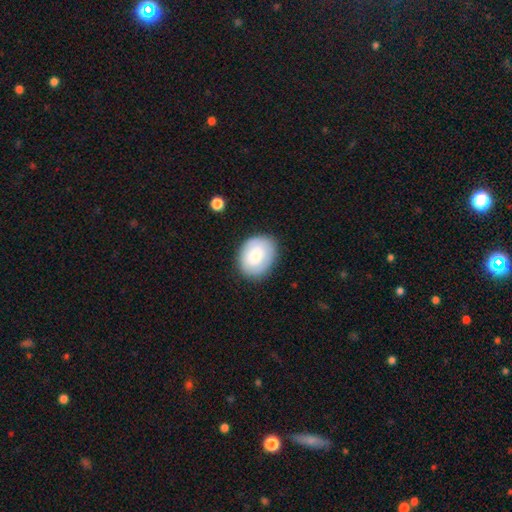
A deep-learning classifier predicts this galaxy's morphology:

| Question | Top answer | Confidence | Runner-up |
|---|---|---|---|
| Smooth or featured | smooth | 72% | featured or disk (22%) |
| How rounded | in between | 57% | round (42%) |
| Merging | none | 83% | minor disturbance (12%) |